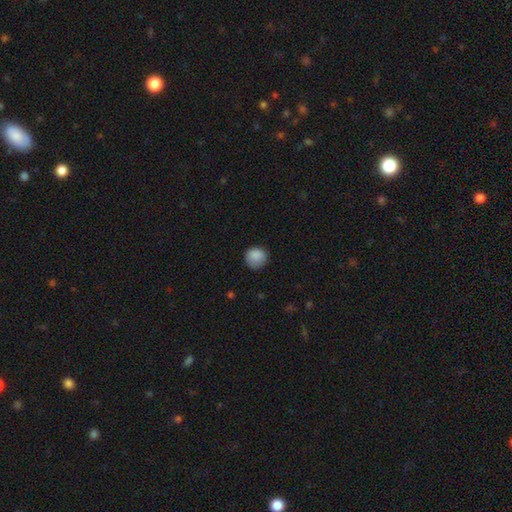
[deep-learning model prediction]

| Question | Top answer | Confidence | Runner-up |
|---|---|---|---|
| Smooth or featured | smooth | 87% | star or artifact (9%) |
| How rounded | round | 90% | in between (9%) |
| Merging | none | 81% | minor disturbance (15%) |